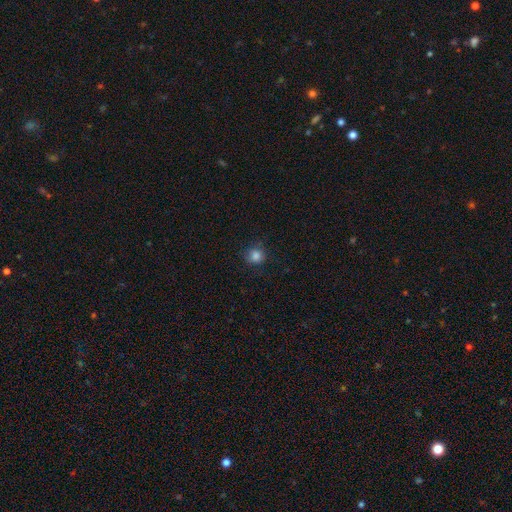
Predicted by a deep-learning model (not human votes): This is clearly a smooth galaxy (83%). How rounded: clearly round (86%). Merging: likely none (78%).